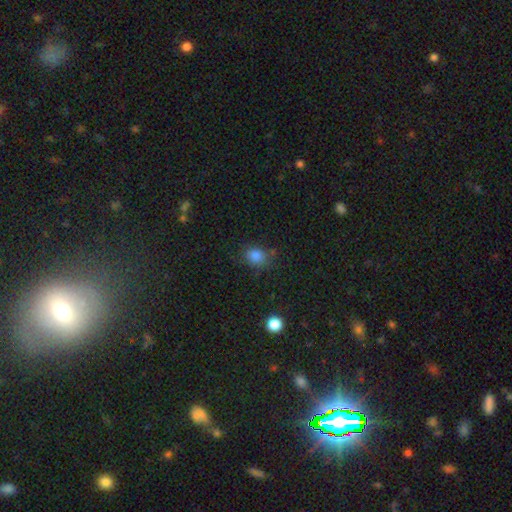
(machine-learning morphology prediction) smooth_or_featured: smooth (p=0.83) [alt: star or artifact p=0.13]
how_rounded: round (p=0.56) [alt: in between p=0.43]
merging: none (p=0.72) [alt: minor disturbance p=0.18]